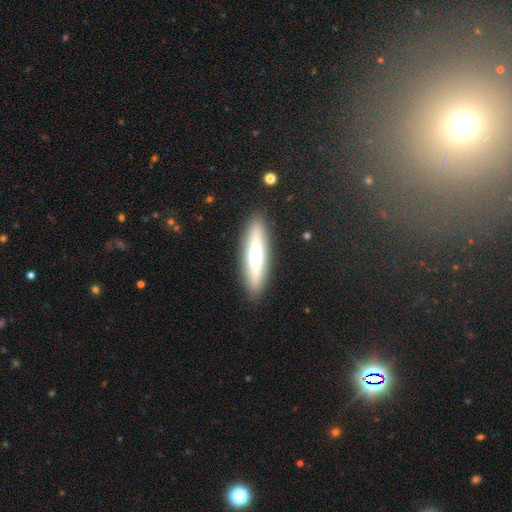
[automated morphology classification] The model was most divided on "smooth or featured": featured or disk: 53%, smooth: 41%, star or artifact: 6%. More confident: merging — none (89%); edge-on disk — yes (89%).